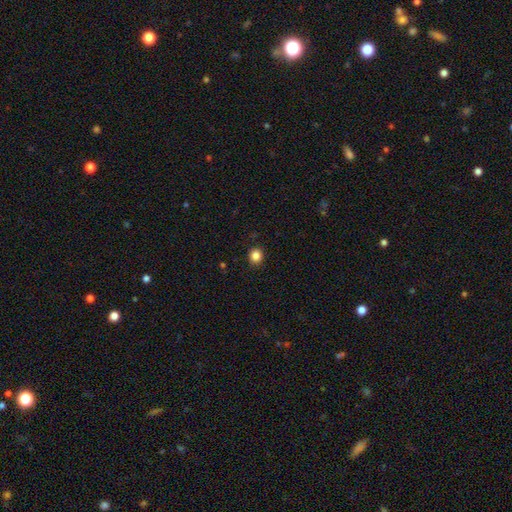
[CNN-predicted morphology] Smooth or featured?
  - smooth: 85% *
  - star or artifact: 11%
  - featured or disk: 4%
How rounded?
  - round: 84% *
  - in between: 15%
  - cigar-shaped: 1%
Merging?
  - none: 90% *
  - minor disturbance: 7%
  - major disturbance: 2%
  - merger: 1%